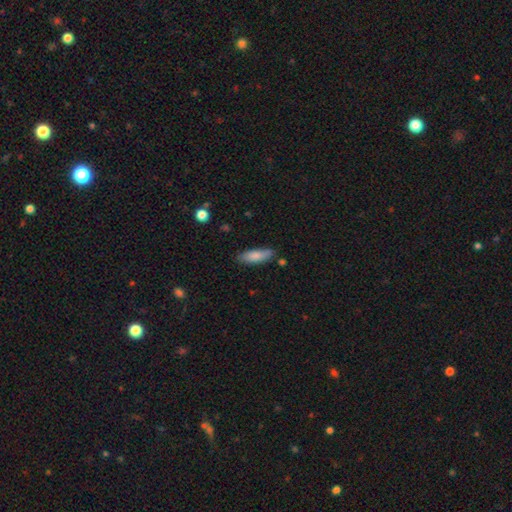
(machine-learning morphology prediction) smooth 82%, featured or disk 11%, star or artifact 6%. Down the decision tree: how rounded — in between (54%); merging — none (78%).